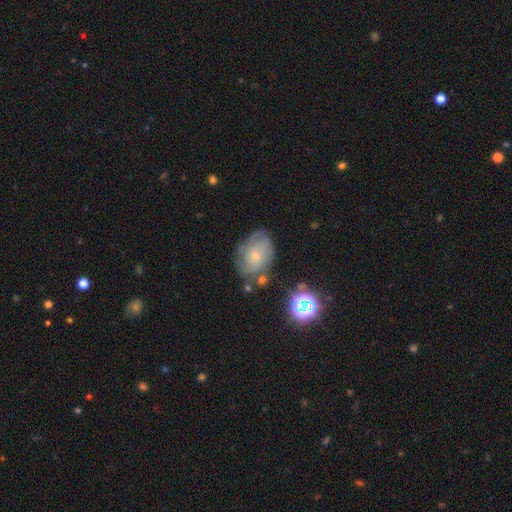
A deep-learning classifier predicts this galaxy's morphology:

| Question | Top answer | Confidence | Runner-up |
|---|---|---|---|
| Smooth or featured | featured or disk | 55% | smooth (33%) |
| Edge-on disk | no | 96% | yes (4%) |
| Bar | no | 82% | weak (15%) |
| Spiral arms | yes | 75% | no (25%) |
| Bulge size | small | 74% | moderate (22%) |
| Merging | none | 61% | minor disturbance (25%) |